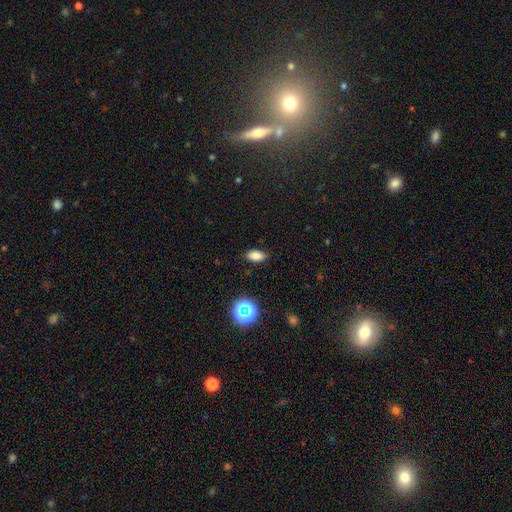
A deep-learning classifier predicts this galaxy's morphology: type=smooth (79%); roundness=in between (90%); merging=none (86%).